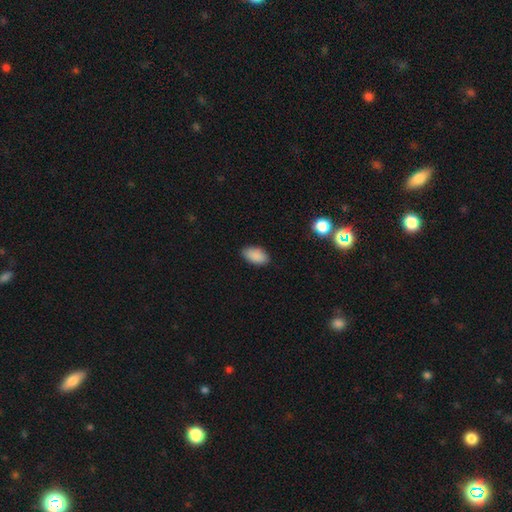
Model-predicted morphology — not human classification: Smooth or featured? smooth (89%)
How rounded? in between (93%)
Merging? none (85%)